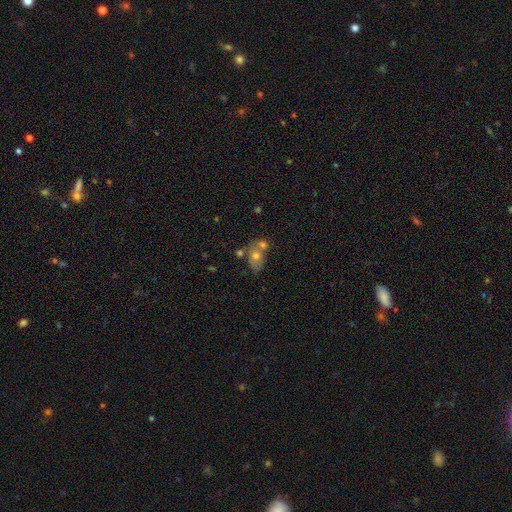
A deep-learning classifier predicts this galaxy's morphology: Smooth or featured? Predicted: smooth (p=0.60). How rounded? Predicted: in between (p=0.64). Merging? Predicted: merger (p=0.48).